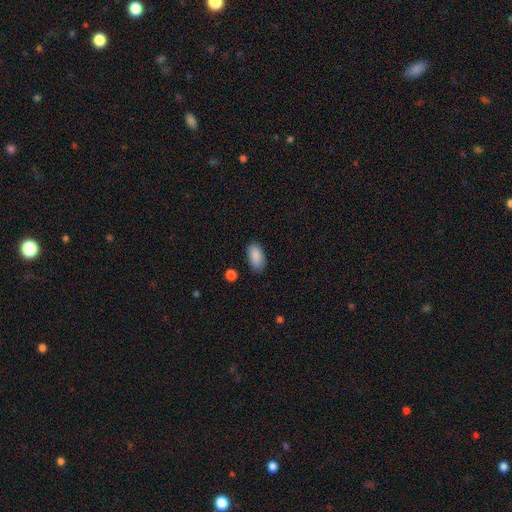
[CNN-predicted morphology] Smooth or featured?
  - smooth: 89% *
  - star or artifact: 7%
  - featured or disk: 4%
How rounded?
  - in between: 94% *
  - cigar-shaped: 3%
  - round: 3%
Merging?
  - none: 83% *
  - minor disturbance: 12%
  - major disturbance: 3%
  - merger: 2%